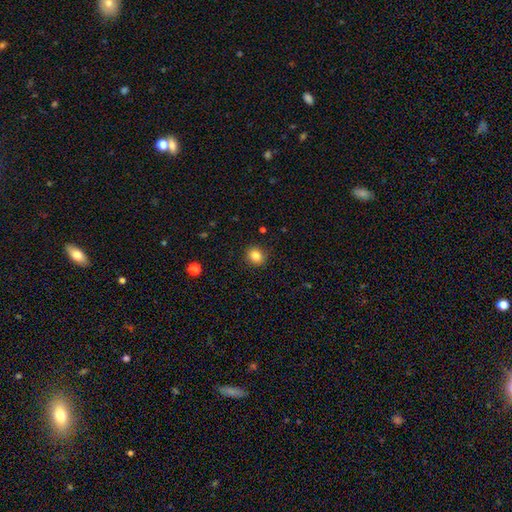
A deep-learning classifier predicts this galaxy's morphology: smooth_or_featured: smooth (p=0.84) [alt: star or artifact p=0.11]
how_rounded: round (p=0.75) [alt: in between p=0.24]
merging: none (p=0.89) [alt: minor disturbance p=0.07]